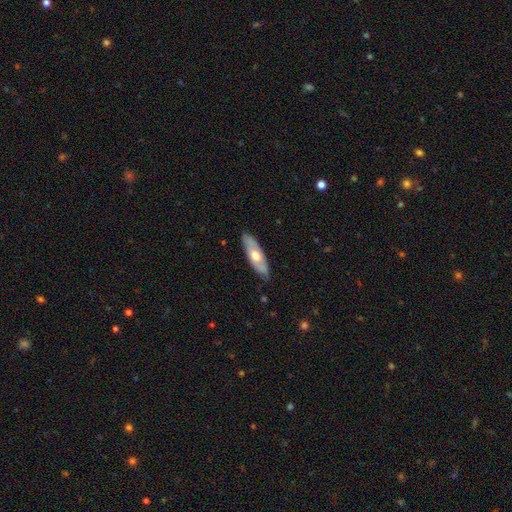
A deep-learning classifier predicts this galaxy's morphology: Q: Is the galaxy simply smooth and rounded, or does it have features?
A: smooth — 50%.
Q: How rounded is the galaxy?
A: in between — 58%.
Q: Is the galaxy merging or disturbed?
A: none — 84%.